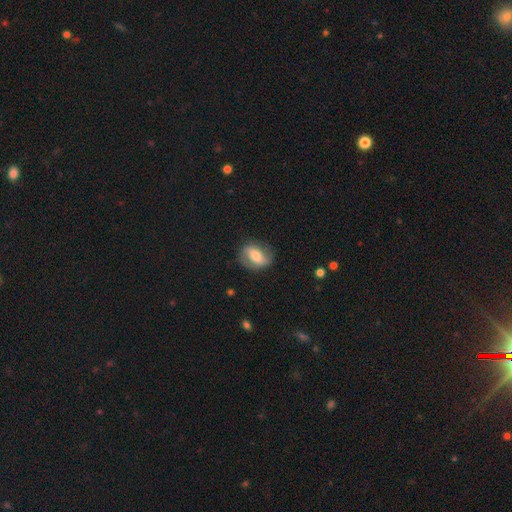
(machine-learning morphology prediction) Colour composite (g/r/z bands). It shows a featured or disk galaxy (50%). Merging: none (75%).